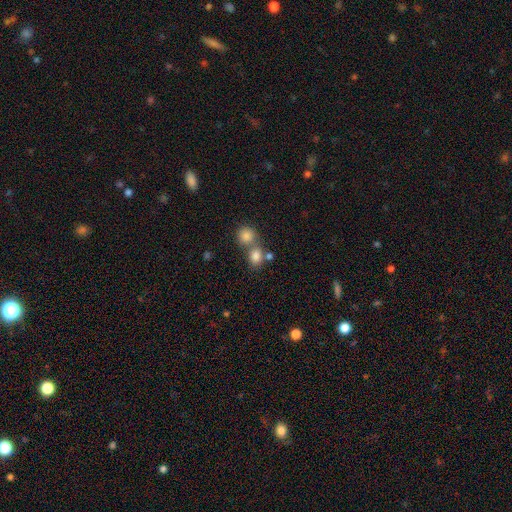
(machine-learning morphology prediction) This is clearly a smooth galaxy (81%). How rounded: possibly round (52%). Merging: marginally none (45%).